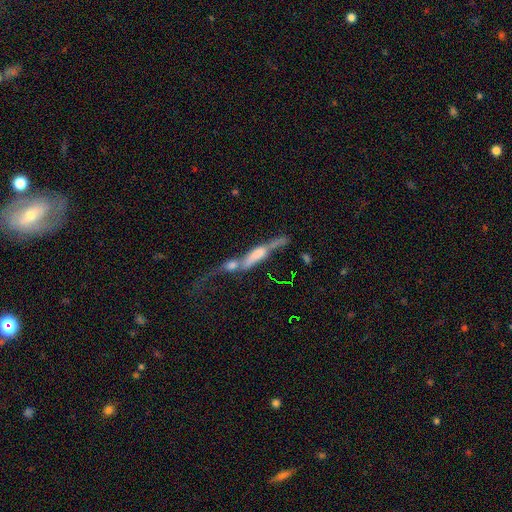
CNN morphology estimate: A featured or disk galaxy (61%) viewed edge-on (63%).

Vote fractions:
- Smooth or featured? featured or disk: 61% / smooth: 28% / star or artifact: 11%
- Edge-on disk? yes: 63% / no: 37%
- Merging? merger: 60% / major disturbance: 18% / none: 14% / minor disturbance: 8%